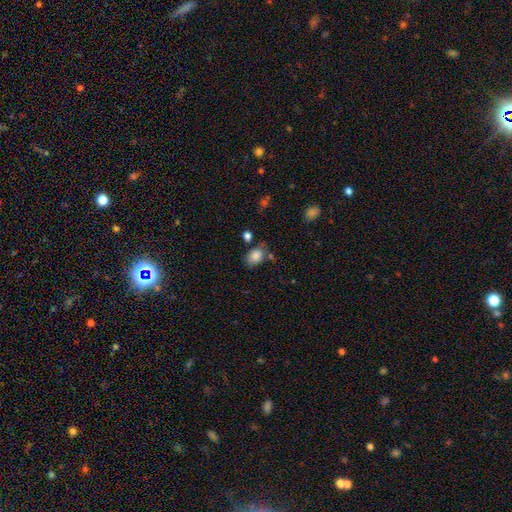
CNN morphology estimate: Smooth or featured?
  - smooth: 84% *
  - star or artifact: 9%
  - featured or disk: 7%
How rounded?
  - in between: 69% *
  - round: 30%
  - cigar-shaped: 1%
Merging?
  - none: 60% *
  - minor disturbance: 23%
  - merger: 10%
  - major disturbance: 8%